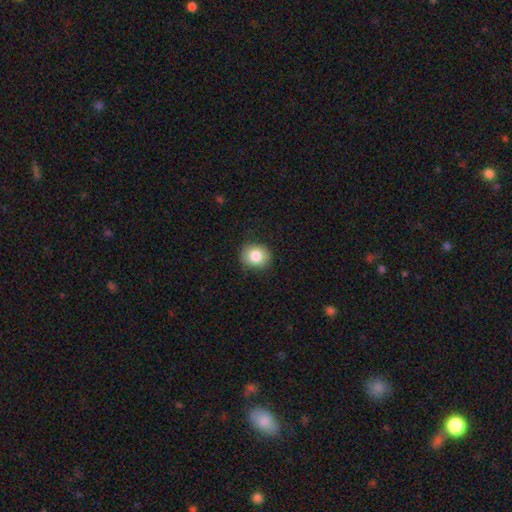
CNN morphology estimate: smooth 83%, star or artifact 9%, featured or disk 9%. Down the decision tree: how rounded — round (82%); merging — none (83%).